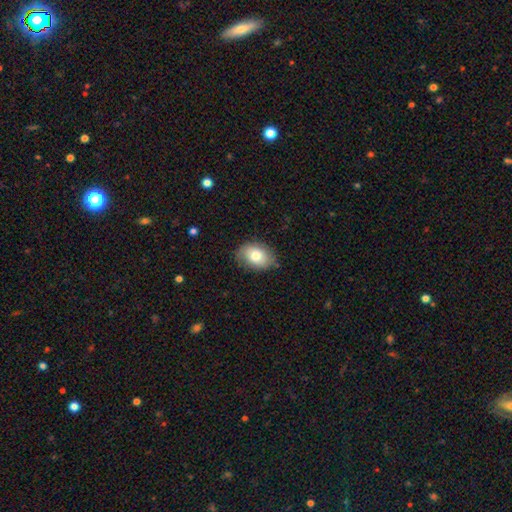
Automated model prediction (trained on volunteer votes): Smooth or featured?
  - smooth: 75% *
  - featured or disk: 18%
  - star or artifact: 7%
How rounded?
  - in between: 82% *
  - round: 17%
  - cigar-shaped: 1%
Merging?
  - none: 78% *
  - minor disturbance: 17%
  - major disturbance: 3%
  - merger: 1%